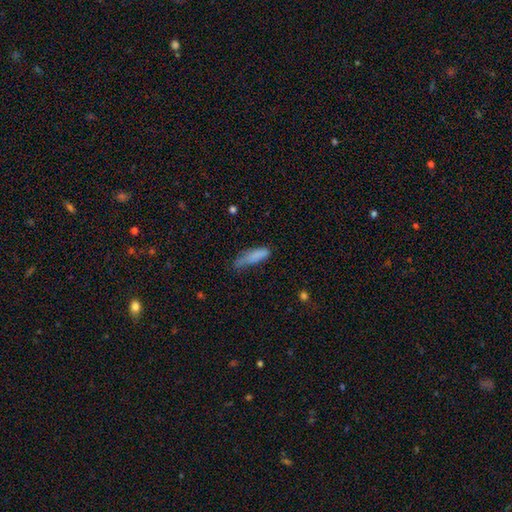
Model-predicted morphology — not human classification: smooth-or-featured: smooth: 80% | featured or disk: 12% | star or artifact: 9%
  how-rounded: cigar-shaped: 63% | in between: 35% | round: 2%
  merging: none: 41% | minor disturbance: 38% | major disturbance: 17% | merger: 4%